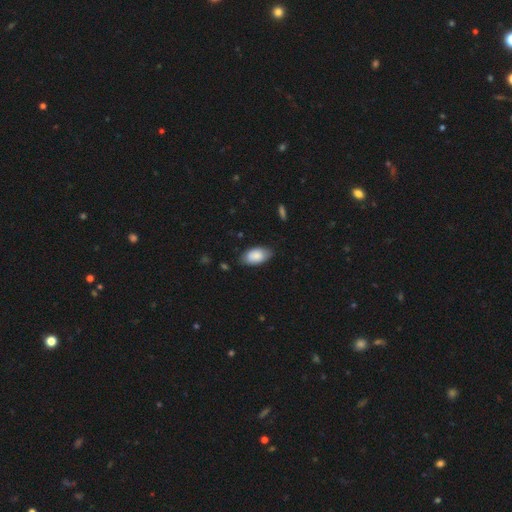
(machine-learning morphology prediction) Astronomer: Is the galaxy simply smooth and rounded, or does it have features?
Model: smooth — 86%.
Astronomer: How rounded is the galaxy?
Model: in between — 95%.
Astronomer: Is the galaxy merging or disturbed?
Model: none — 79%.